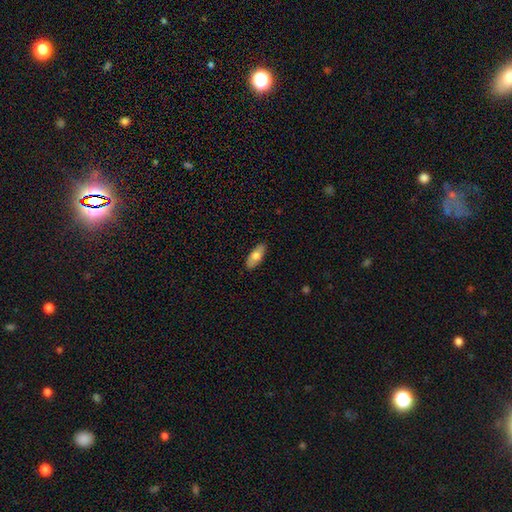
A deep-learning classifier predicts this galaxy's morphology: Overall: smooth (74%). How rounded: in between (82%). Merging: none (87%).